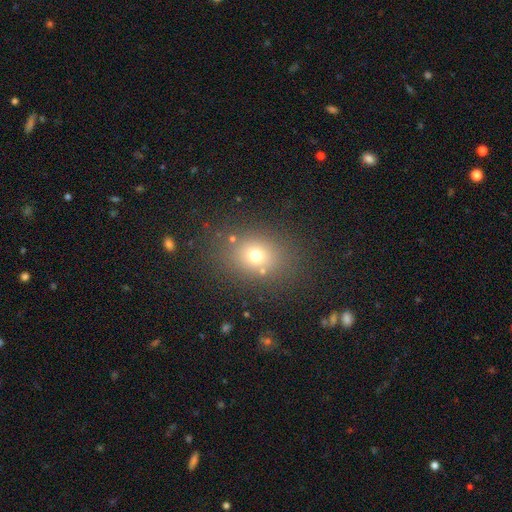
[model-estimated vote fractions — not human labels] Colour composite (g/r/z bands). It shows a smooth galaxy with no disk features (70%) that is round (51%). Merging: none (80%).